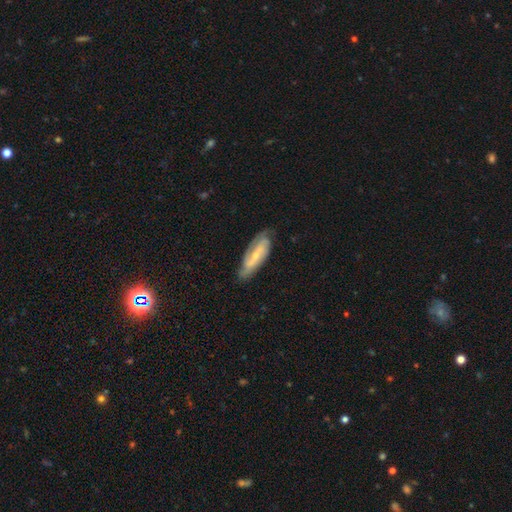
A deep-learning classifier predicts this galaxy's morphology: Smooth or featured: featured or disk — 74% (smooth — 21%)
Edge-on disk: no — 86% (yes — 14%)
Bar: weak — 38% (no — 33%)
Spiral arms: yes — 92% (no — 8%)
Spiral winding: medium — 41% (tight — 40%)
Spiral arm count: 2 — 67% (can't tell — 18%)
Bulge size: small — 67% (moderate — 28%)
Merging: none — 74% (minor disturbance — 20%)